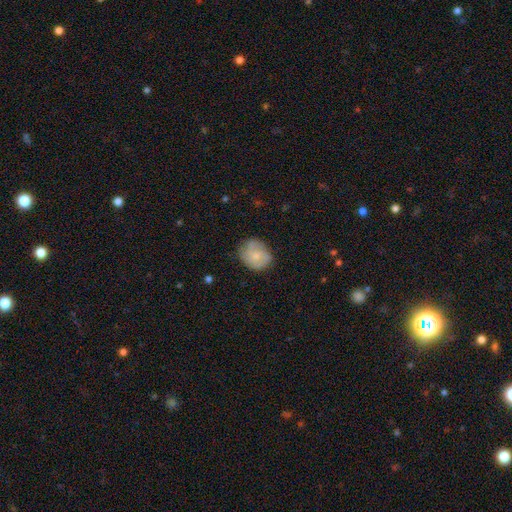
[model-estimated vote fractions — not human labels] Smooth or featured? Predicted: smooth (p=0.68). How rounded? Predicted: round (p=0.61). Merging? Predicted: none (p=0.63).